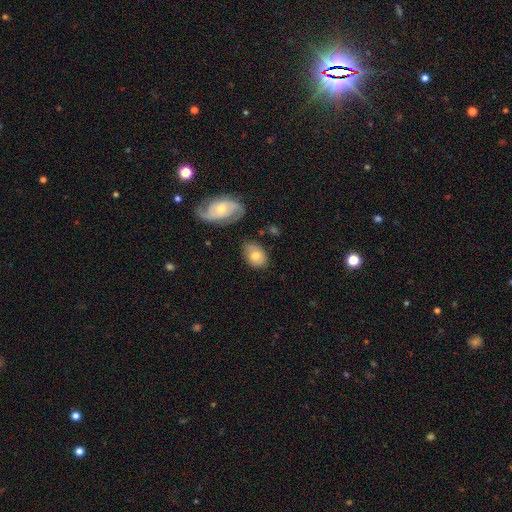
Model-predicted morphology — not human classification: Overall: smooth (64%; featured or disk 28%). How rounded: in between (75%). Merging: none (68%).